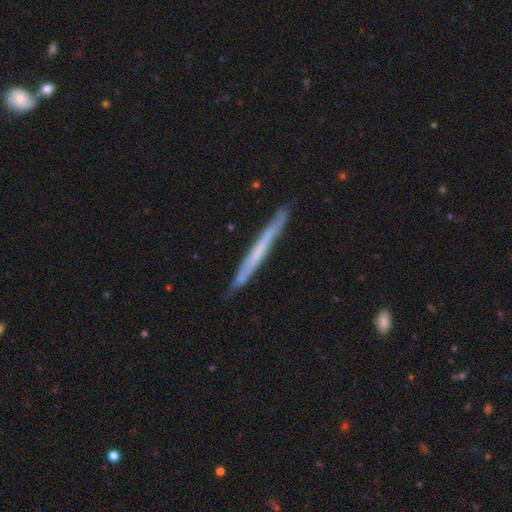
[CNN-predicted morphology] type=featured or disk (51%); edge-on=yes (96%); merging=none (89%).